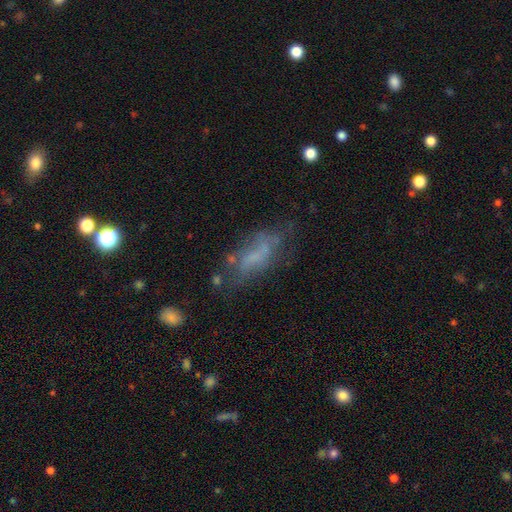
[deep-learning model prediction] This is marginally a featured or disk galaxy (44%). Merging: possibly none (49%).